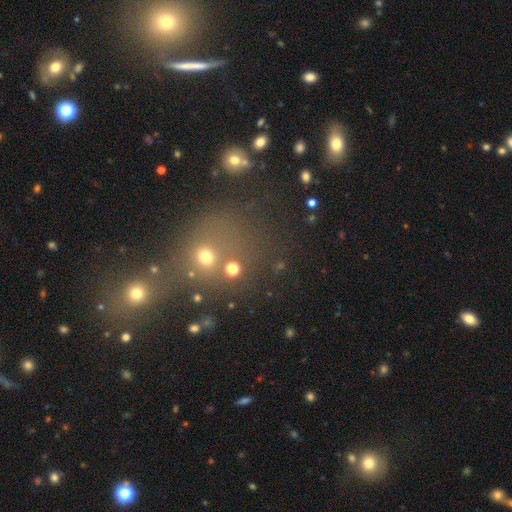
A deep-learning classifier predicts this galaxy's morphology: type=star or artifact (50%).